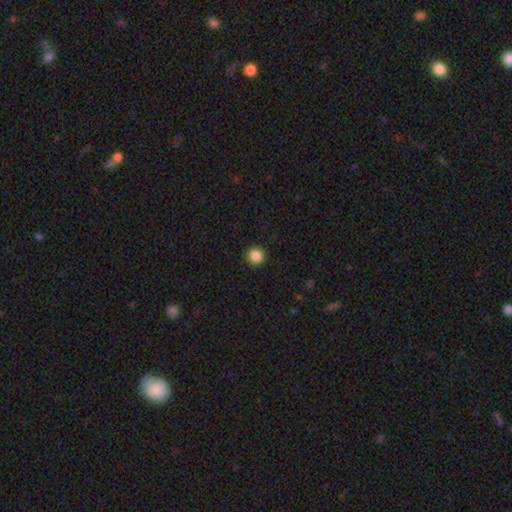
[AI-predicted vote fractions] Smooth or featured? smooth (86%)
How rounded? round (94%)
Merging? none (92%)